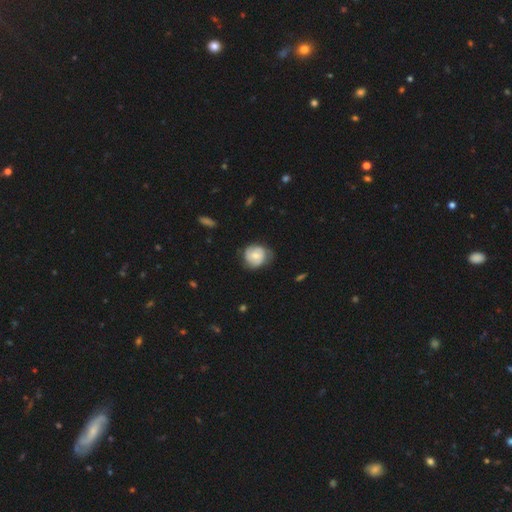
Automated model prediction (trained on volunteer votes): featured or disk 50%, smooth 43%, star or artifact 6%. Down the decision tree: edge-on disk — no (97%); merging — none (63%).